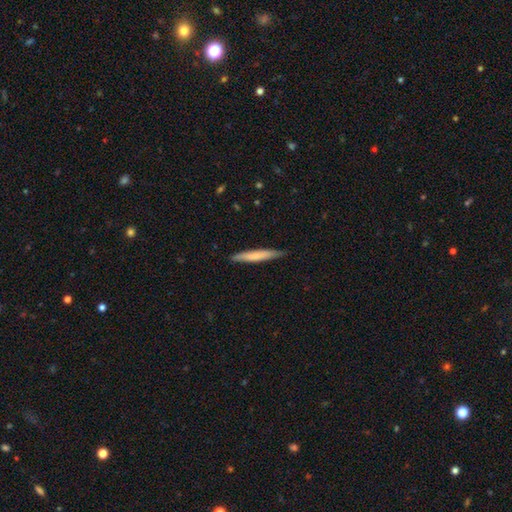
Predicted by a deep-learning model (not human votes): A smooth galaxy with no disk features (69%) that is cigar-shaped (95%).

Vote fractions:
- Smooth or featured? smooth: 69% / featured or disk: 26% / star or artifact: 5%
- How rounded? cigar-shaped: 95% / in between: 4% / round: 1%
- Merging? none: 86% / minor disturbance: 11% / major disturbance: 2% / merger: 1%